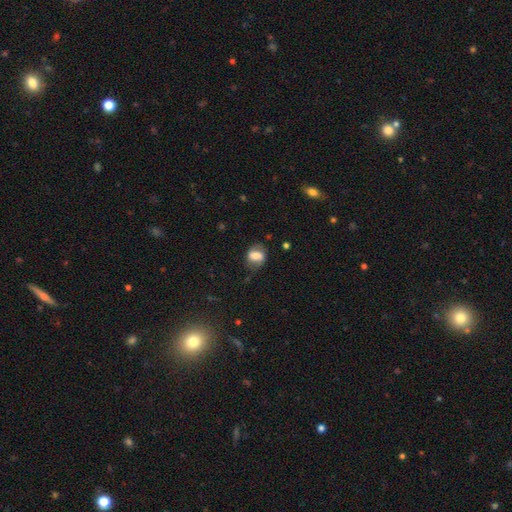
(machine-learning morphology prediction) smooth 62%, featured or disk 29%, star or artifact 9%. Down the decision tree: how rounded — in between (67%); merging — none (63%).